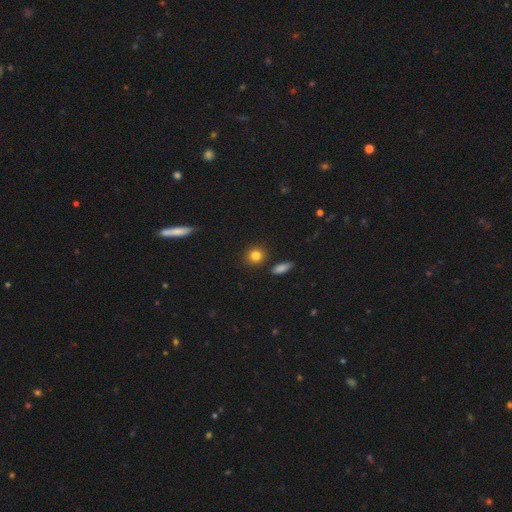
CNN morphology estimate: smooth-or-featured: smooth: 83% | star or artifact: 10% | featured or disk: 6%
  how-rounded: round: 82% | in between: 16% | cigar-shaped: 2%
  merging: none: 85% | minor disturbance: 8% | merger: 4% | major disturbance: 2%